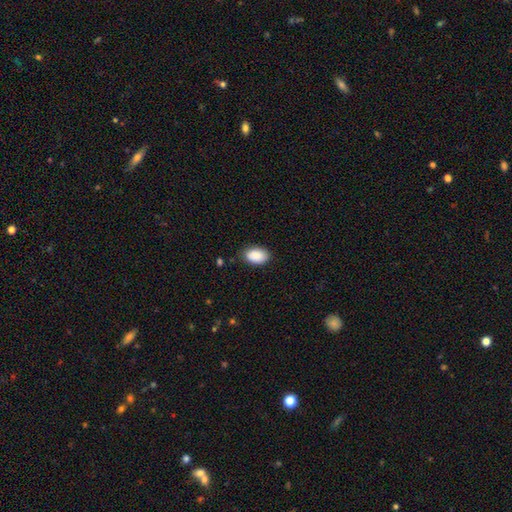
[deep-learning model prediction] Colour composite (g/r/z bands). It shows a smooth galaxy with no disk features (90%) that is in between round and cigar-shaped (91%). Merging: none (82%).